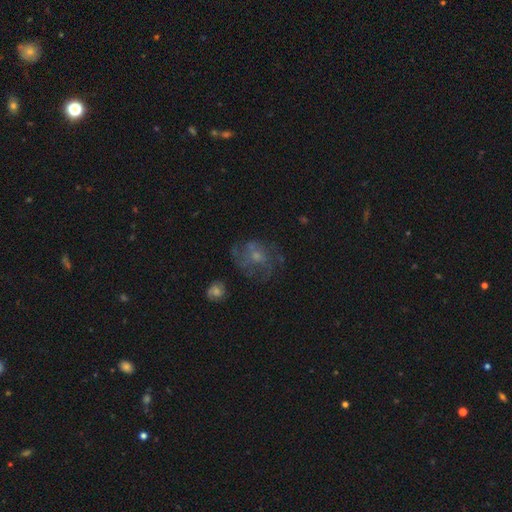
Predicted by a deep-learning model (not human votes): Smooth or featured?
  - featured or disk: 58% *
  - smooth: 27%
  - star or artifact: 15%
Edge-on disk?
  - no: 97% *
  - yes: 3%
Bar?
  - no: 78% *
  - weak: 19%
  - strong: 3%
Spiral arms?
  - yes: 58% *
  - no: 42%
Bulge size?
  - small: 50% *
  - moderate: 35%
  - none: 11%
  - large: 3%
  - dominant: 1%
Merging?
  - none: 56% *
  - major disturbance: 21%
  - minor disturbance: 19%
  - merger: 4%